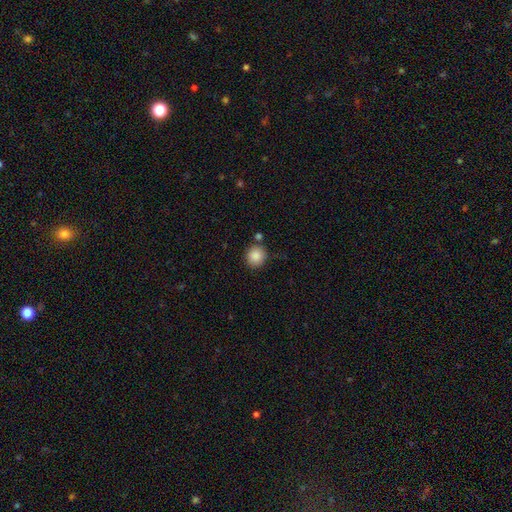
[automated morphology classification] Overall: smooth (87%). How rounded: round (88%). Merging: none (81%).